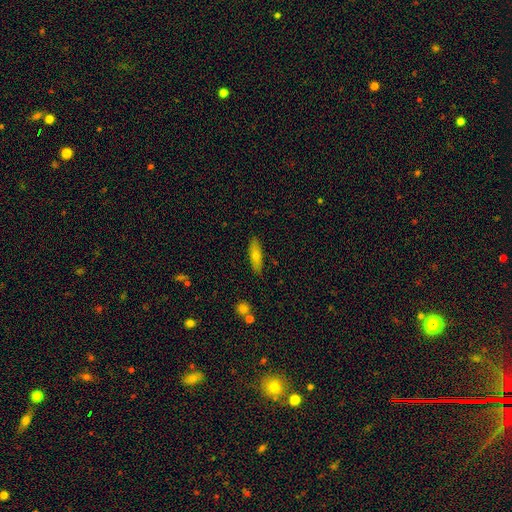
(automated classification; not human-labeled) Smooth or featured: smooth — 75% (featured or disk — 19%)
How rounded: cigar-shaped — 57% (in between — 41%)
Merging: none — 85% (minor disturbance — 11%)